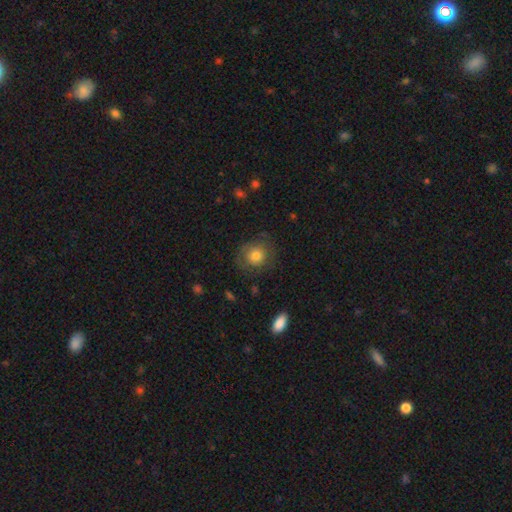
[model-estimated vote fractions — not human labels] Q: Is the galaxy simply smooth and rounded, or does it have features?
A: smooth — 67%.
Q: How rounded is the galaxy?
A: round — 87%.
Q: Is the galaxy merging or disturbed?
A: none — 74%.